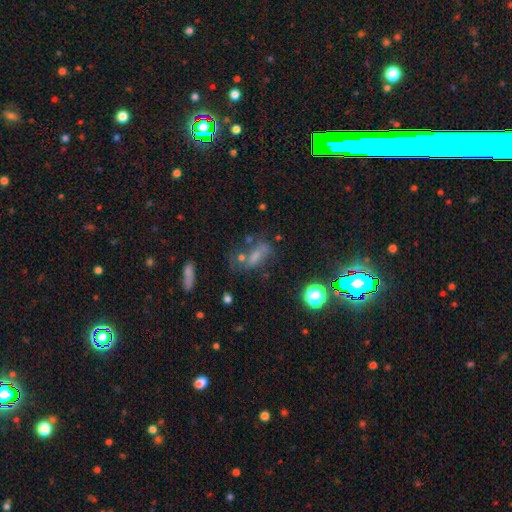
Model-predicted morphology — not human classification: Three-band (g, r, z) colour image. It shows a smooth galaxy with no disk features (40%). Merging: none (51%).